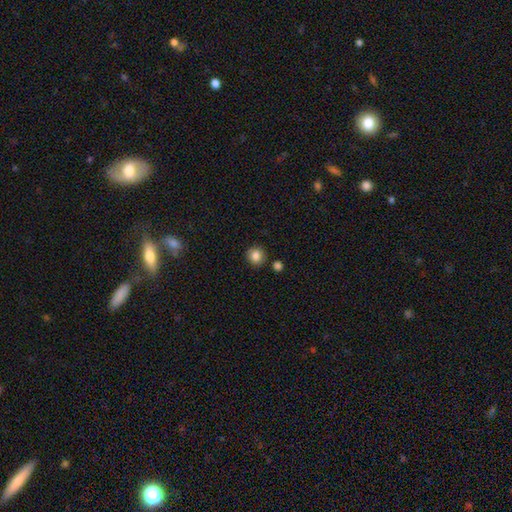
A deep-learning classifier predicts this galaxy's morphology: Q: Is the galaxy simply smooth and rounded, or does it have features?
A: smooth — 85%.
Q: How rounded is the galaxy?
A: round — 90%.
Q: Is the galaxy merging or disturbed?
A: none — 86%.